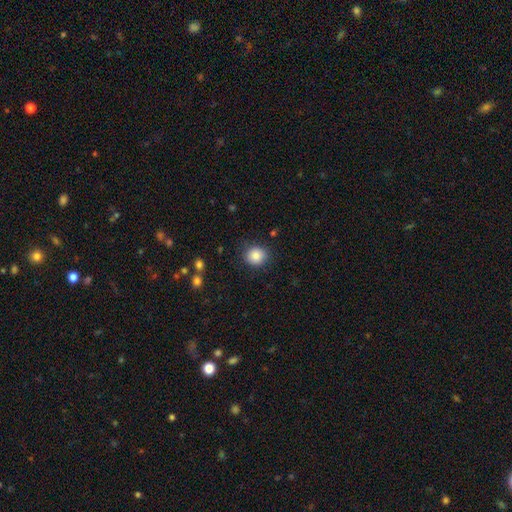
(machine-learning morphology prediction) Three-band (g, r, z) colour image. It shows a smooth galaxy with no disk features (87%) that is round (84%). Merging: none (86%).